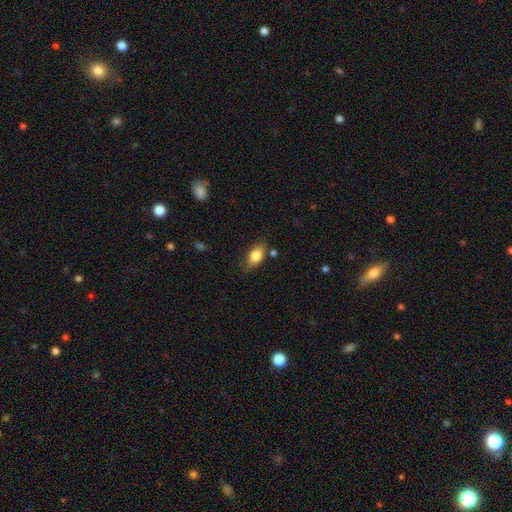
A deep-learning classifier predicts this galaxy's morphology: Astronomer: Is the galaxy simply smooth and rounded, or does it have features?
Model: smooth — 79%.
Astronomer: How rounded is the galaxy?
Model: in between — 86%.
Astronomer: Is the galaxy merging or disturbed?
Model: none — 75%.